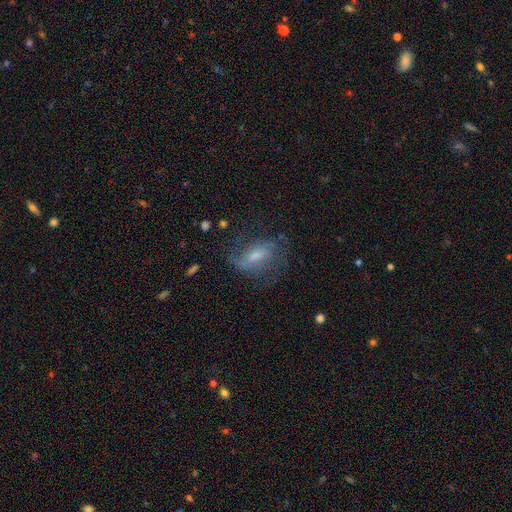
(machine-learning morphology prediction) Smooth or featured?
  - featured or disk: 56% *
  - smooth: 34%
  - star or artifact: 10%
Edge-on disk?
  - no: 92% *
  - yes: 8%
Bar?
  - weak: 48% *
  - no: 33%
  - strong: 19%
Spiral arms?
  - yes: 76% *
  - no: 24%
Bulge size?
  - moderate: 44% *
  - small: 30%
  - none: 14%
  - large: 11%
  - dominant: 2%
Merging?
  - none: 55% *
  - minor disturbance: 22%
  - major disturbance: 20%
  - merger: 2%